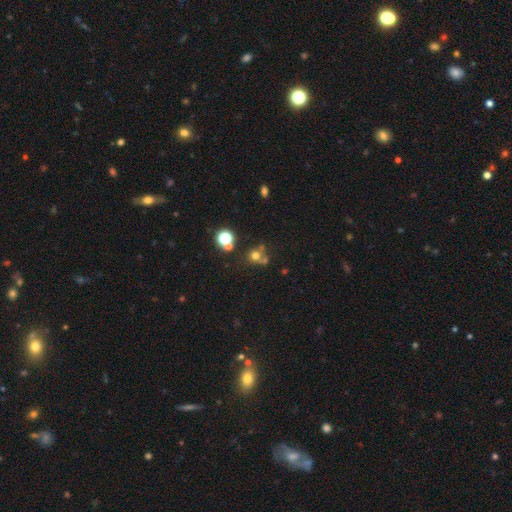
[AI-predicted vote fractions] Overall: smooth (63%; star or artifact 25%). How rounded: round (86%). Merging: none (57%; merger 27%).